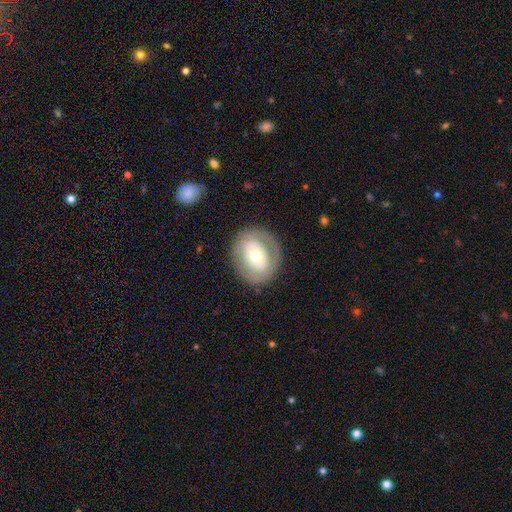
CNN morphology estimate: type=smooth (47%, tied with featured or disk); merging=none (82%).